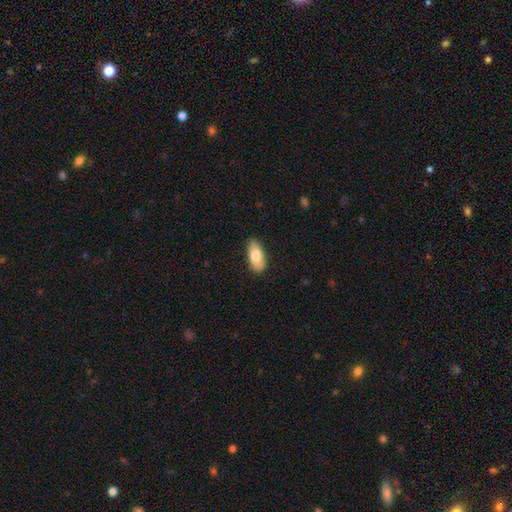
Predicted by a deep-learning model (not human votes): Smooth or featured? Predicted: smooth (p=0.76). How rounded? Predicted: in between (p=0.87). Merging? Predicted: none (p=0.85).